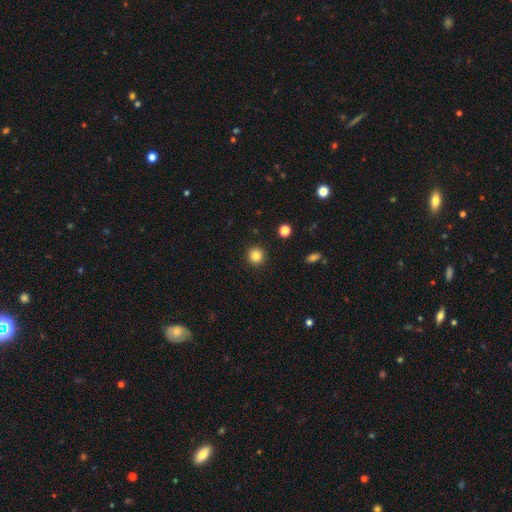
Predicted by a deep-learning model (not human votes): A smooth galaxy with no disk features (85%) that is round (94%). Merging: none (92%).